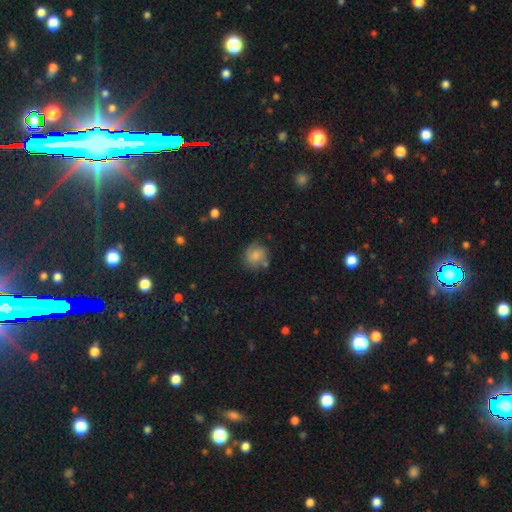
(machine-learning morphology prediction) Smooth or featured? Predicted: smooth (p=0.70). How rounded? Predicted: round (p=0.81). Merging? Predicted: none (p=0.64).